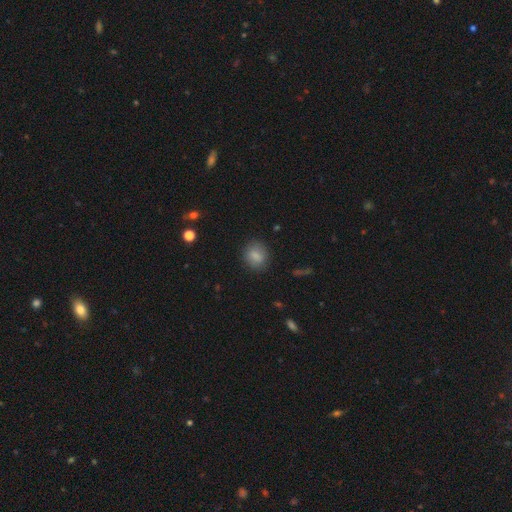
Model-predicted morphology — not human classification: This appears to be a smooth galaxy with no disk features (83%) that is round (60%). Merging: none (83%).